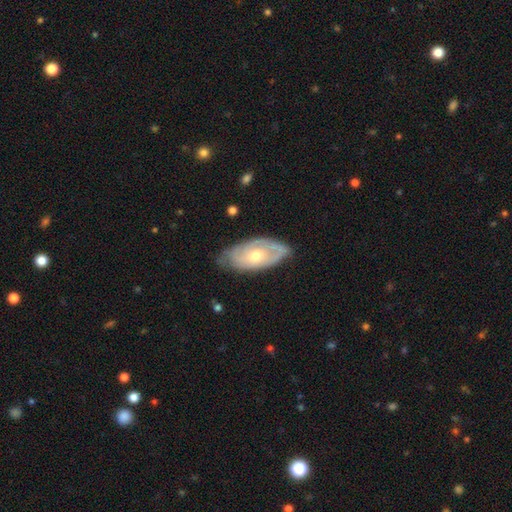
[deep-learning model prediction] Morphology: type=featured or disk (65%); edge-on=no (89%); bar=no (81%); spiral arms=yes (64%); bulge=moderate (62%); merging=none (67%).